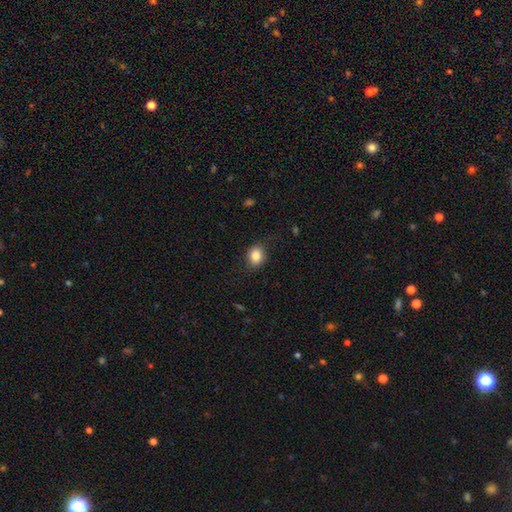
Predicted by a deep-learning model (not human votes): Overall: smooth (83%). How rounded: round (59%; in between 40%). Merging: none (83%).